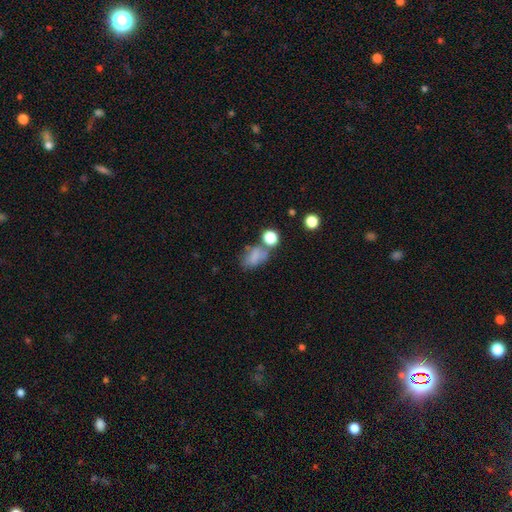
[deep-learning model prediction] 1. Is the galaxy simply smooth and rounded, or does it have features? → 70% smooth, 15% featured or disk, 14% star or artifact.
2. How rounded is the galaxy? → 77% in between, 20% round, 2% cigar-shaped.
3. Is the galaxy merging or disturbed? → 42% none, 23% merger, 21% minor disturbance, 14% major disturbance.